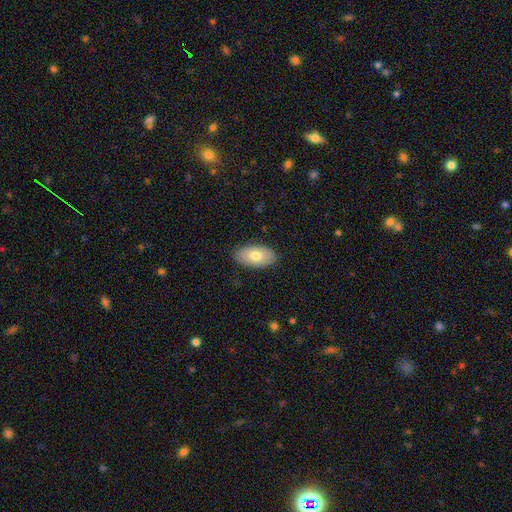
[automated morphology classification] smooth-or-featured: smooth: 74% | featured or disk: 20% | star or artifact: 6%
  how-rounded: in between: 94% | round: 4% | cigar-shaped: 2%
  merging: none: 86% | minor disturbance: 11% | major disturbance: 2% | merger: 1%